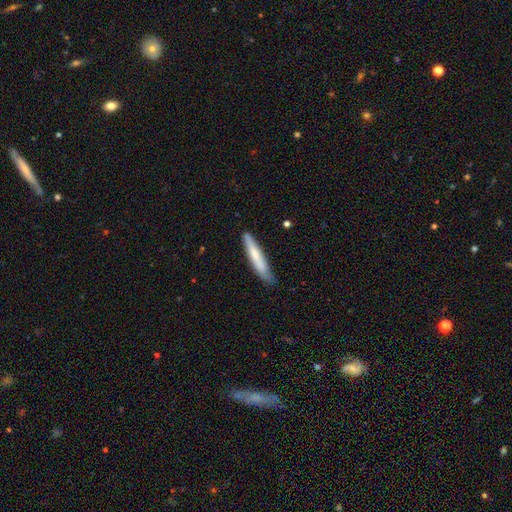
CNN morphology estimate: Overall: smooth (66%; featured or disk 29%). How rounded: cigar-shaped (91%). Merging: none (78%).